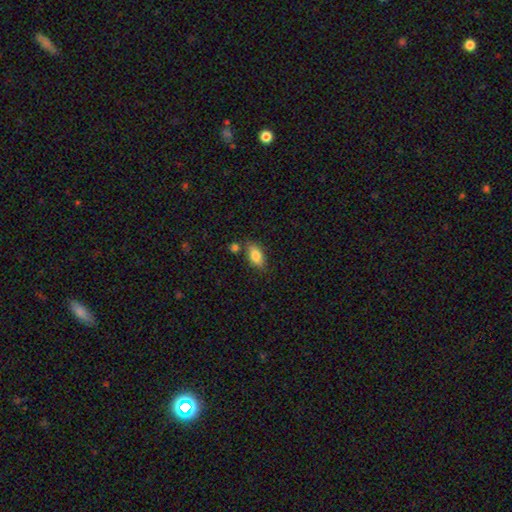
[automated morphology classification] Smooth or featured? smooth (81%)
How rounded? in between (87%)
Merging? none (71%)